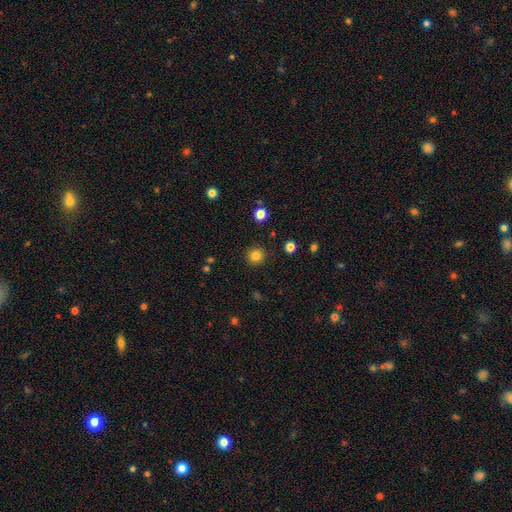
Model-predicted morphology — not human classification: Smooth or featured: smooth — 82% (star or artifact — 13%)
How rounded: round — 94% (in between — 5%)
Merging: none — 91% (minor disturbance — 6%)